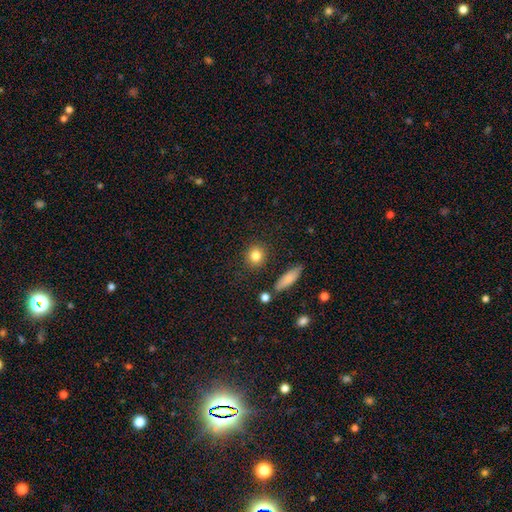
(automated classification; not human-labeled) Smooth or featured? smooth (83%)
How rounded? round (81%)
Merging? none (86%)